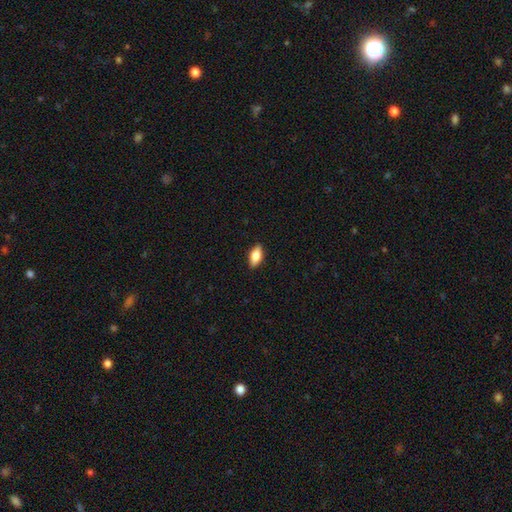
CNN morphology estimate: Smooth or featured? Predicted: smooth (p=0.72). How rounded? Predicted: in between (p=0.85). Merging? Predicted: none (p=0.89).